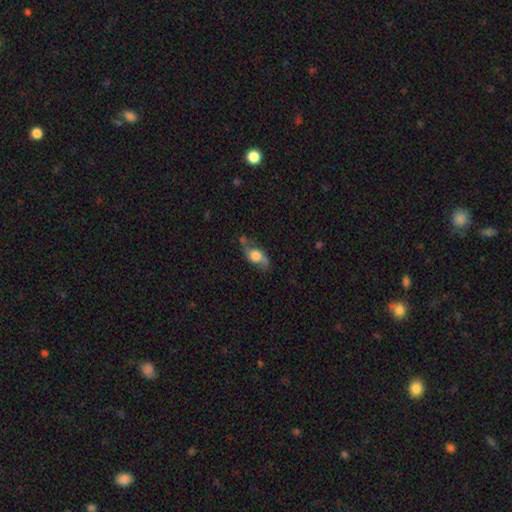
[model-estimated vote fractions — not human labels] A smooth galaxy with no disk features (46%, tied with featured or disk).

Vote fractions:
- Smooth or featured? smooth: 46% (tied) / featured or disk: 46% (tied) / star or artifact: 8%
- Merging? none: 57% / minor disturbance: 26% / major disturbance: 10% / merger: 7%